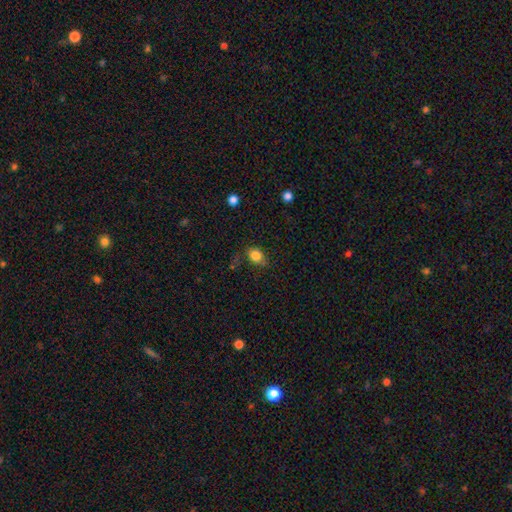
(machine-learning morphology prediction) A smooth galaxy with no disk features (82%) that is in between round and cigar-shaped (55%).

Vote fractions:
- Smooth or featured? smooth: 82% / star or artifact: 11% / featured or disk: 8%
- How rounded? in between: 55% / round: 44% / cigar-shaped: 2%
- Merging? none: 60% / minor disturbance: 27% / major disturbance: 10% / merger: 3%